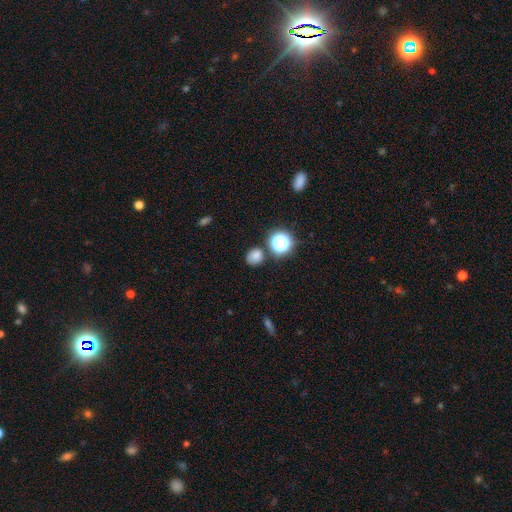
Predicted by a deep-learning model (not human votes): A smooth galaxy with no disk features (74%) that is round (80%). Merging: none (77%).